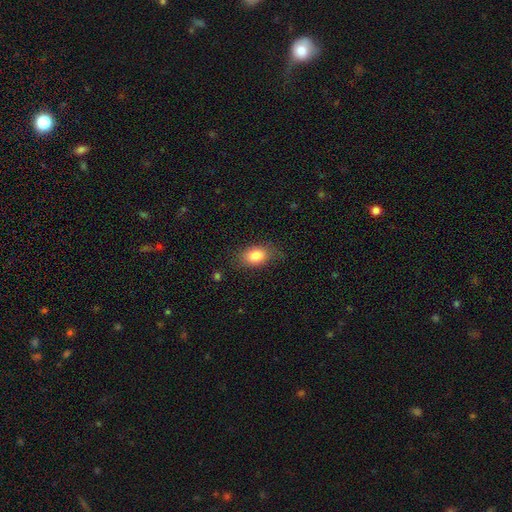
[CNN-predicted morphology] Q: Smooth or featured?
A: smooth (84%); runner-up: featured or disk (8%)
Q: How rounded?
A: in between (82%); runner-up: round (16%)
Q: Merging?
A: none (77%); runner-up: minor disturbance (17%)